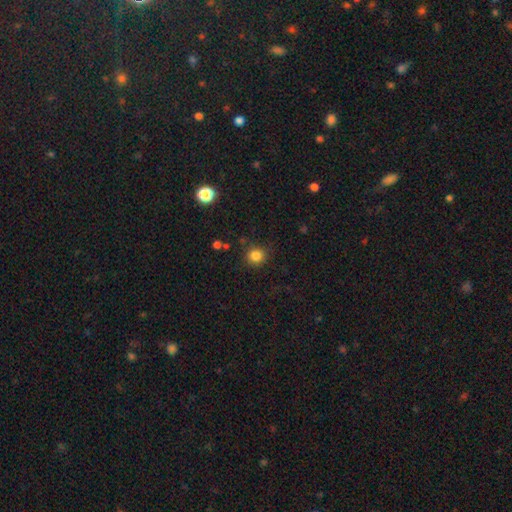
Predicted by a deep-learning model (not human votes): Morphology: type=smooth (83%); roundness=round (87%); merging=none (84%).